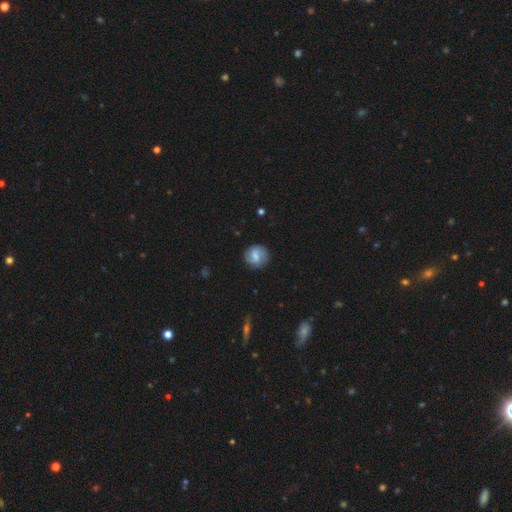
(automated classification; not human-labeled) Overall: smooth (47%; featured or disk 45%). Merging: none (77%).